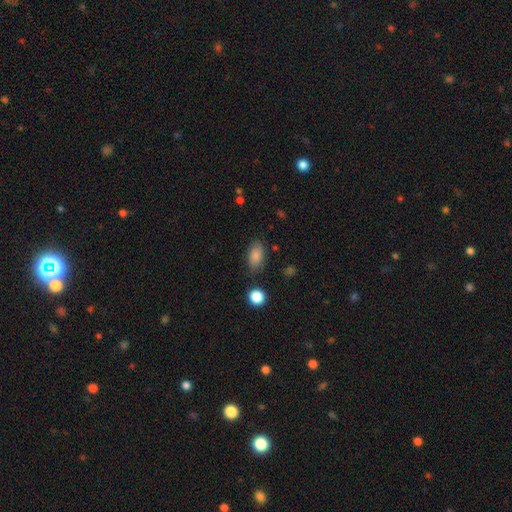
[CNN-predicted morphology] Q: Smooth or featured?
A: smooth (84%); runner-up: star or artifact (9%)
Q: How rounded?
A: in between (89%); runner-up: round (8%)
Q: Merging?
A: none (79%); runner-up: minor disturbance (14%)